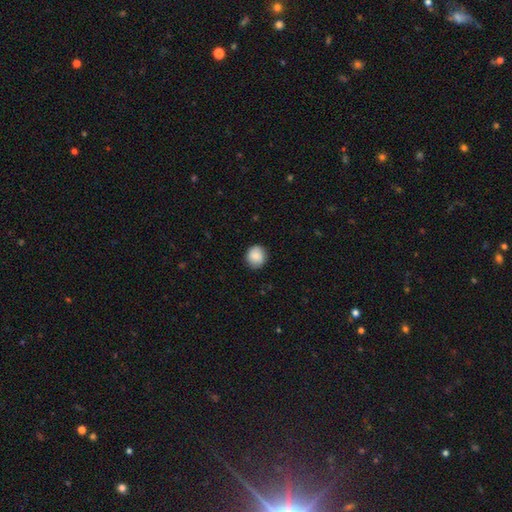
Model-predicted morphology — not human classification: A smooth galaxy with no disk features (87%) that is round (88%). Merging: none (89%).